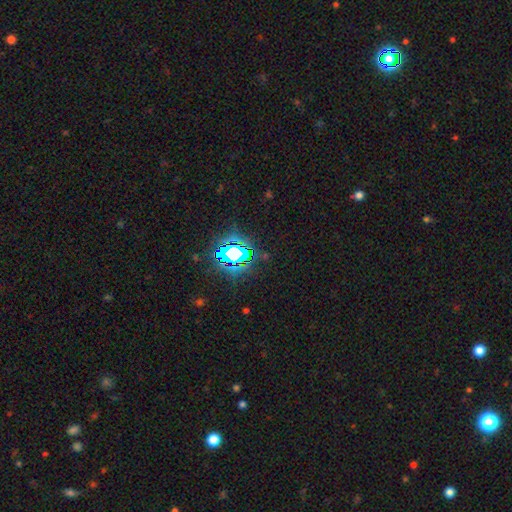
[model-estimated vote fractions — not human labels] Smooth or featured? star or artifact (79%)